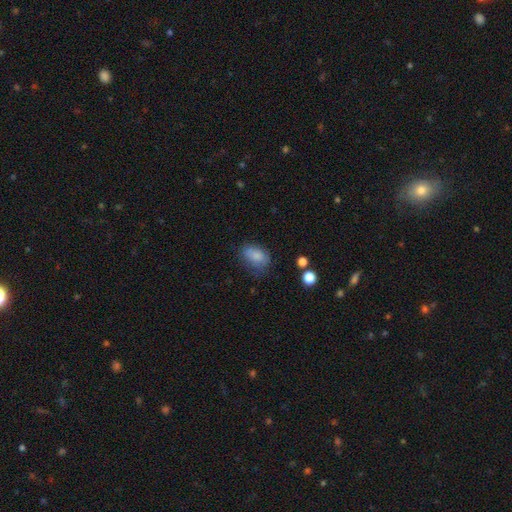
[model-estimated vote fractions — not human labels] The model was most divided on "merging": none: 57%, minor disturbance: 29%, major disturbance: 11%, merger: 3%. More confident: how rounded — in between (84%); smooth or featured — smooth (81%).